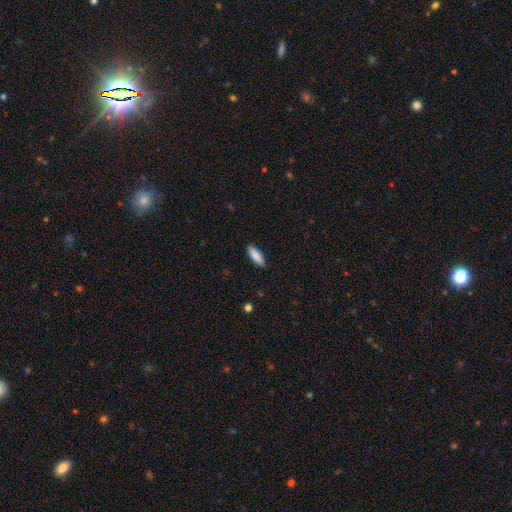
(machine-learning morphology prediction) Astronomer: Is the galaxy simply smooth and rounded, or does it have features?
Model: smooth — 88%.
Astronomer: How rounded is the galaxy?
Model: in between — 54% (runner-up: cigar-shaped, 45%).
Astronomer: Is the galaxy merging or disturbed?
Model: none — 87%.